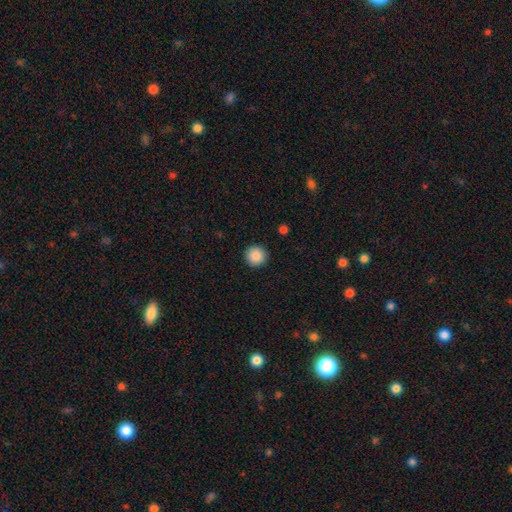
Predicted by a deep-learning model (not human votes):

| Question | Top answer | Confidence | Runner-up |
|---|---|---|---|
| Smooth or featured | smooth | 89% | star or artifact (8%) |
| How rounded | round | 96% | in between (3%) |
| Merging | none | 93% | minor disturbance (4%) |